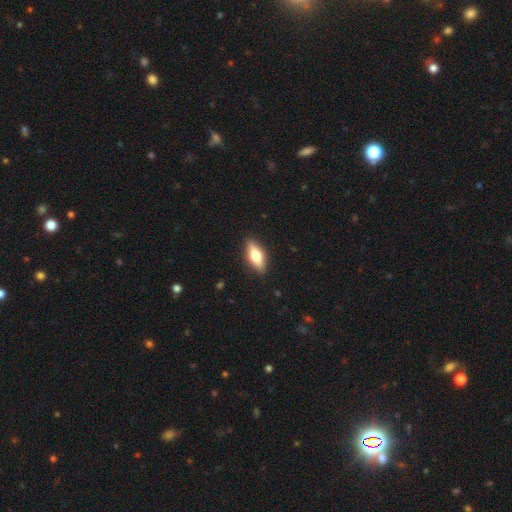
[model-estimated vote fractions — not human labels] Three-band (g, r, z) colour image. It shows a smooth galaxy with no disk features (55%) that is in between round and cigar-shaped (67%). Merging: none (88%).